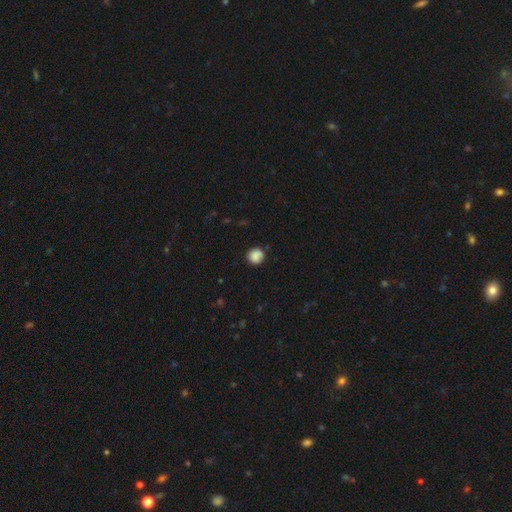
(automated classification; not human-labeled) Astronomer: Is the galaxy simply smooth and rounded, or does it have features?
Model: smooth — 86%.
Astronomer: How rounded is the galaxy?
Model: round — 89%.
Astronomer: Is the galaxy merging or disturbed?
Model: none — 79%.